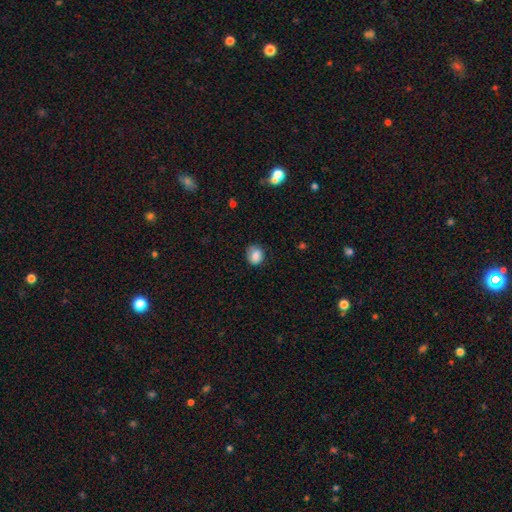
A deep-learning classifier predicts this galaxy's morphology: Smooth or featured: smooth — 85% (star or artifact — 9%)
How rounded: round — 64% (in between — 35%)
Merging: none — 68% (minor disturbance — 24%)